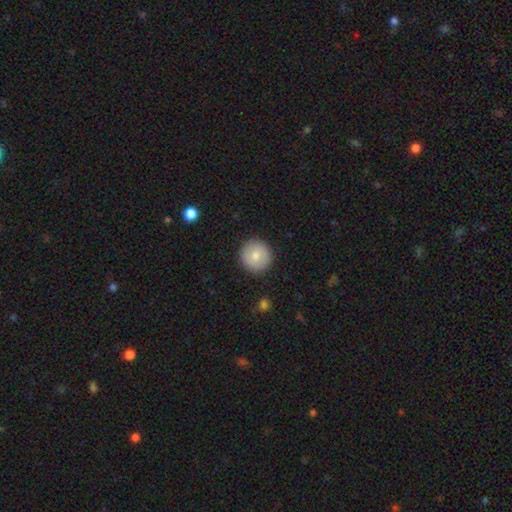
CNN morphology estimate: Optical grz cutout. It shows a smooth galaxy with no disk features (75%) that is round (95%). Merging: none (91%).